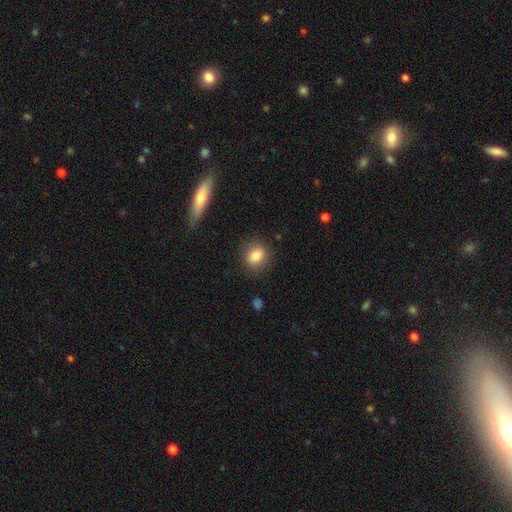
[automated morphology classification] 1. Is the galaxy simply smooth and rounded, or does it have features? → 83% smooth, 9% star or artifact, 8% featured or disk.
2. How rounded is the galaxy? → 62% round, 36% in between, 2% cigar-shaped.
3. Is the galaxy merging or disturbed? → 83% none, 11% minor disturbance, 4% major disturbance, 2% merger.